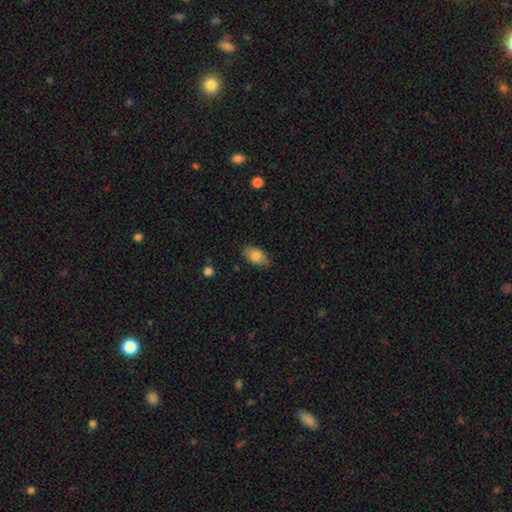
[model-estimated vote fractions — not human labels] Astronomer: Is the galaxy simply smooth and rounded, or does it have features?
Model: smooth — 83%.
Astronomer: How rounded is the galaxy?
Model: in between — 91%.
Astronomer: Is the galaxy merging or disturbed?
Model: none — 77%.